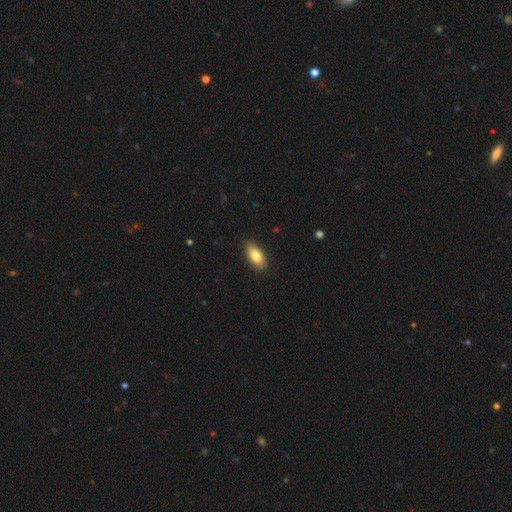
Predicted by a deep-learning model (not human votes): smooth 84%, featured or disk 10%, star or artifact 7%. Down the decision tree: how rounded — in between (90%); merging — none (88%).